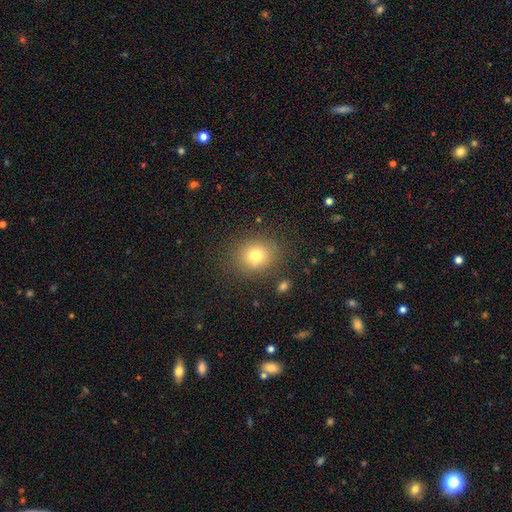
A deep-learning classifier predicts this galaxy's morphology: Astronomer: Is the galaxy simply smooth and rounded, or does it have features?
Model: smooth — 77%.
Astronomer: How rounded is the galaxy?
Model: round — 72%.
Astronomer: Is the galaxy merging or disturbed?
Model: none — 83%.